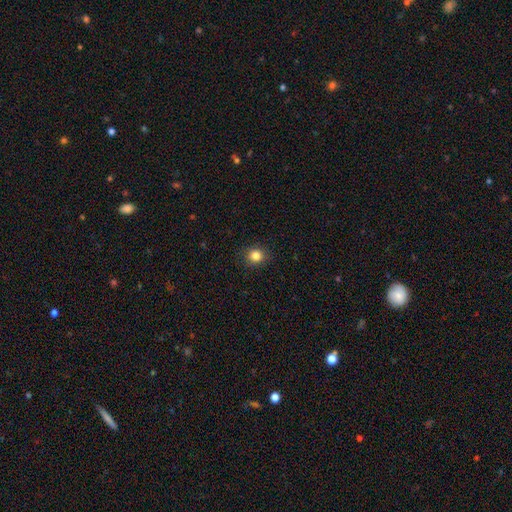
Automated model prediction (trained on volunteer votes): smooth 83%, star or artifact 12%, featured or disk 5%. Down the decision tree: how rounded — round (79%); merging — none (89%).